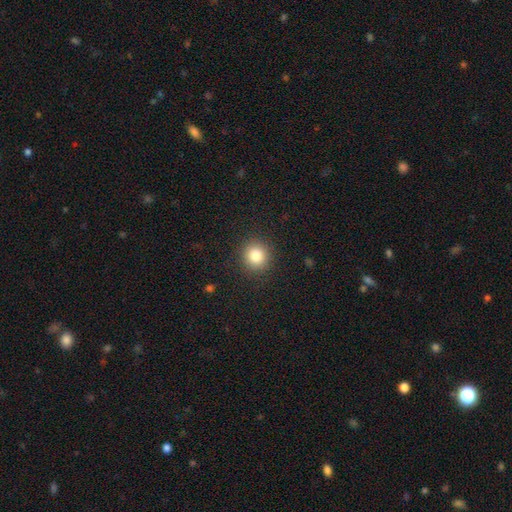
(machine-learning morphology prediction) type=smooth (83%); roundness=round (90%); merging=none (91%).